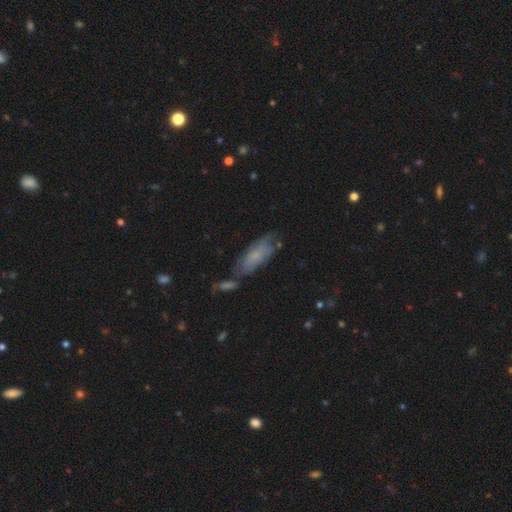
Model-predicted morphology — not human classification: This is likely a smooth galaxy (61%). How rounded: likely in between (69%). Merging: possibly none (52%).